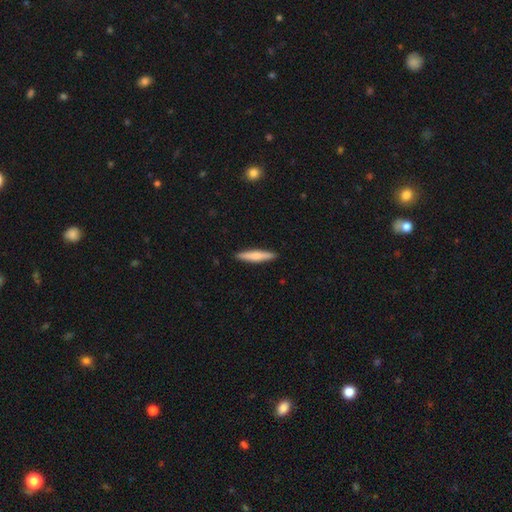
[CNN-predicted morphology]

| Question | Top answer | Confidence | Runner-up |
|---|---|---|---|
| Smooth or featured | smooth | 63% | featured or disk (32%) |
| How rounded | cigar-shaped | 89% | in between (9%) |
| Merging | none | 91% | minor disturbance (6%) |